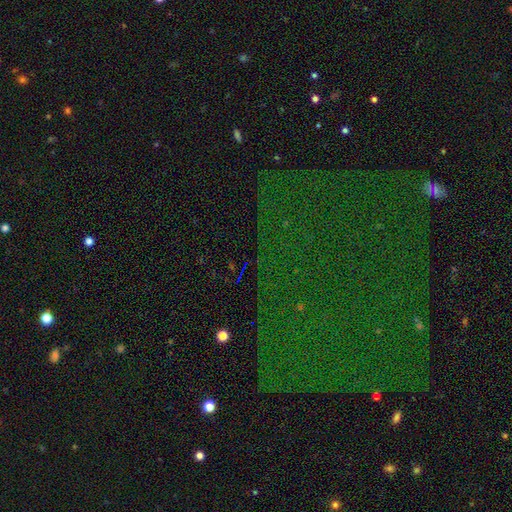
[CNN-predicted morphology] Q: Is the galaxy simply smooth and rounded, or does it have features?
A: star or artifact — 83%.